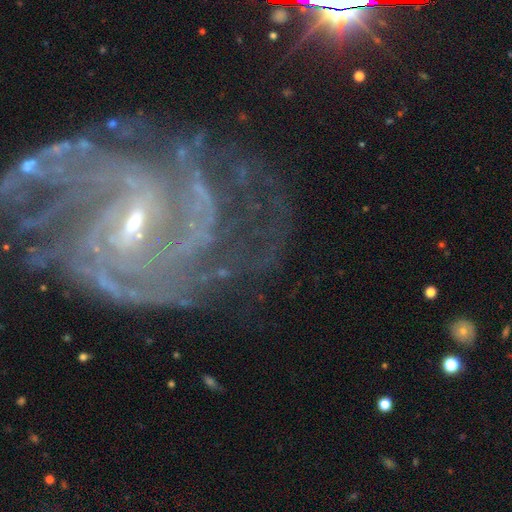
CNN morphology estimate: Q: Smooth or featured?
A: featured or disk (87%); runner-up: star or artifact (8%)
Q: Edge-on disk?
A: no (97%); runner-up: yes (3%)
Q: Bar?
A: weak (46%); runner-up: strong (31%)
Q: Spiral arms?
A: yes (95%); runner-up: no (5%)
Q: Spiral winding?
A: tight (57%); runner-up: medium (34%)
Q: Spiral arm count?
A: can't tell (25%); runner-up: 2 (22%)
Q: Bulge size?
A: small (72%); runner-up: moderate (22%)
Q: Merging?
A: none (62%); runner-up: major disturbance (17%)